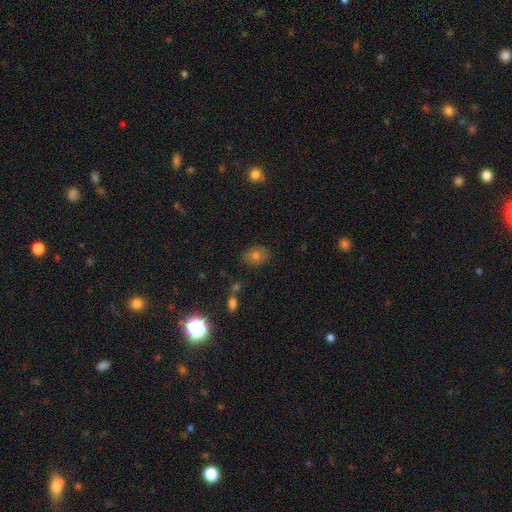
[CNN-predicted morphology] smooth_or_featured: smooth (p=0.66) [alt: star or artifact p=0.19]
how_rounded: in between (p=0.59) [alt: round p=0.40]
merging: none (p=0.83) [alt: minor disturbance p=0.12]